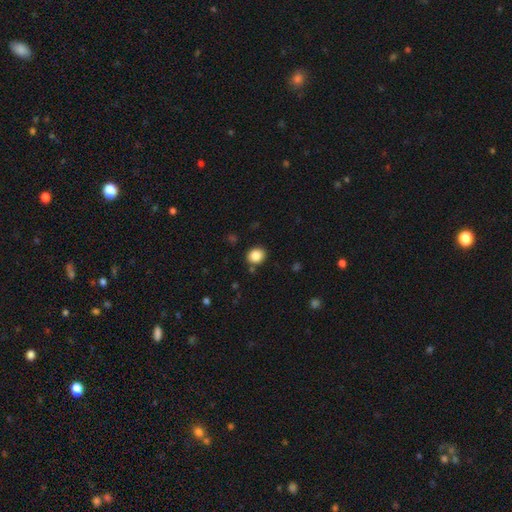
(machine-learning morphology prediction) Smooth or featured? Predicted: smooth (p=0.86). How rounded? Predicted: round (p=0.73). Merging? Predicted: none (p=0.84).